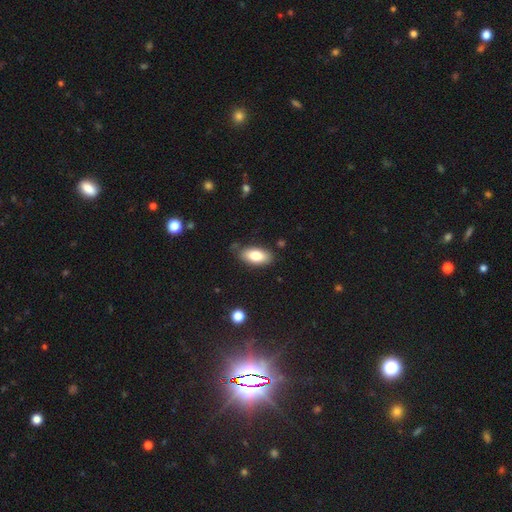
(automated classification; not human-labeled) This appears to be a smooth galaxy with no disk features (81%) that is in between round and cigar-shaped (90%). Merging: none (82%).